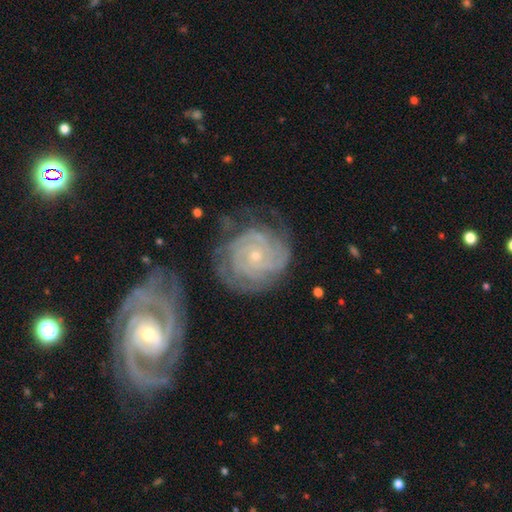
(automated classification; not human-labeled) featured or disk 86%, smooth 8%, star or artifact 6%. Down the decision tree: edge-on disk — no (97%); bar — no (78%); spiral arms — yes (96%); spiral arm count — can't tell (29%); spiral winding — tight (80%); bulge size — small (80%); merging — none (61%).